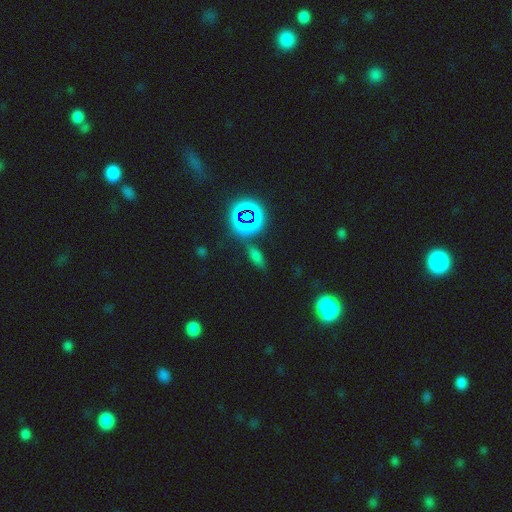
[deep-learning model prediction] Smooth or featured?
  - smooth: 54% *
  - star or artifact: 37%
  - featured or disk: 10%
How rounded?
  - in between: 66% *
  - cigar-shaped: 23%
  - round: 11%
Merging?
  - none: 75% *
  - minor disturbance: 14%
  - merger: 5%
  - major disturbance: 5%